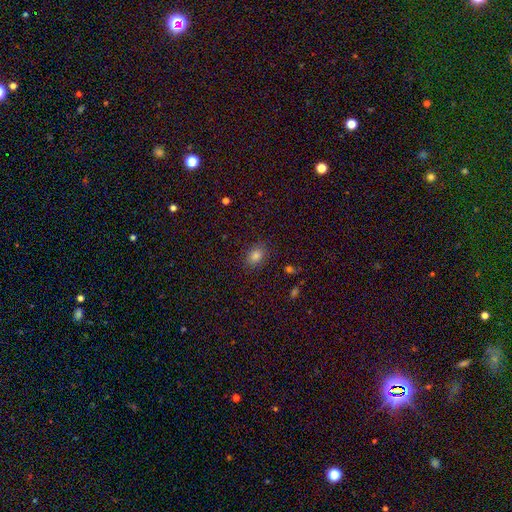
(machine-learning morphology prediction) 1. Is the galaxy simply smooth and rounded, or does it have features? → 80% smooth, 14% star or artifact, 5% featured or disk.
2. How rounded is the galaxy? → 65% in between, 34% round, 1% cigar-shaped.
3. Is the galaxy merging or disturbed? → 86% none, 10% minor disturbance, 3% major disturbance, 1% merger.